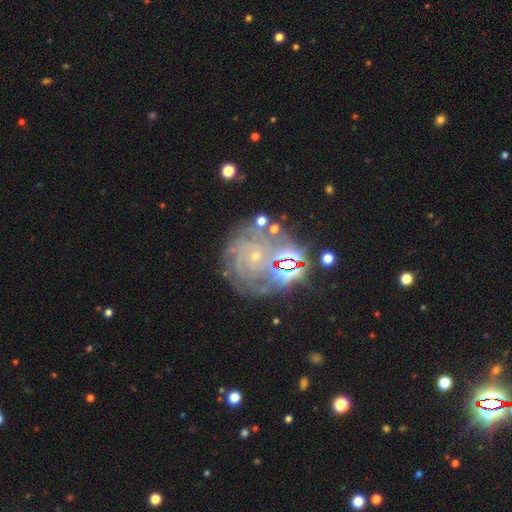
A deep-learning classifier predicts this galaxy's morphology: The model was most divided on "spiral arm count": can't tell: 28%, 4: 22%, 3: 17%, more than 4: 15%, 2: 11%, 1: 7%. More confident: edge-on disk — no (97%); spiral arms — yes (95%); bulge size — small (83%); smooth or featured — featured or disk (77%); bar — no (76%); spiral winding — tight (74%); merging — none (70%).